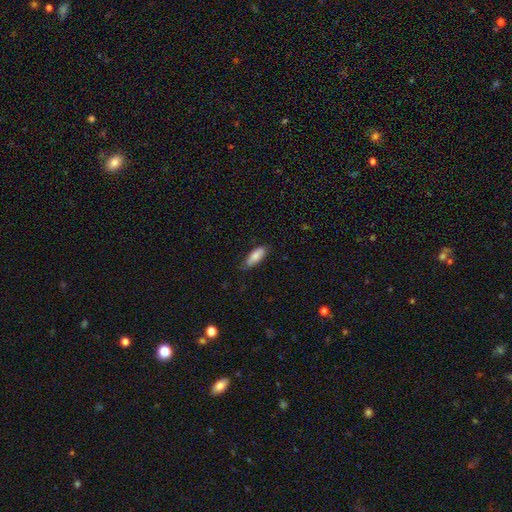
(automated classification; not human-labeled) Morphology: type=smooth (82%); roundness=in between (70%); merging=none (71%).